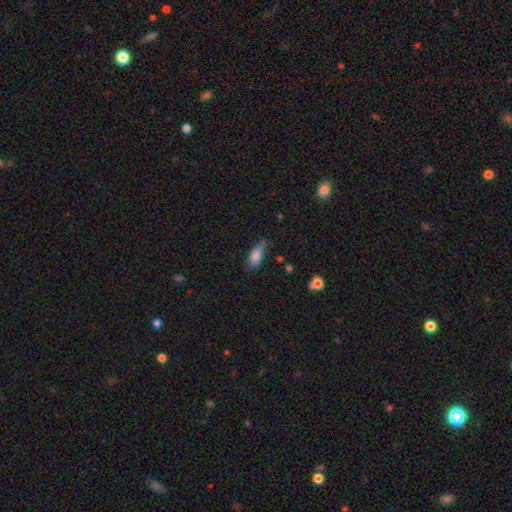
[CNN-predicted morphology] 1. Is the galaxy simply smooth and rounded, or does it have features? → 81% smooth, 12% featured or disk, 8% star or artifact.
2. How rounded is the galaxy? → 75% in between, 23% cigar-shaped, 3% round.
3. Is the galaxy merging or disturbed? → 53% none, 35% minor disturbance, 9% major disturbance, 3% merger.